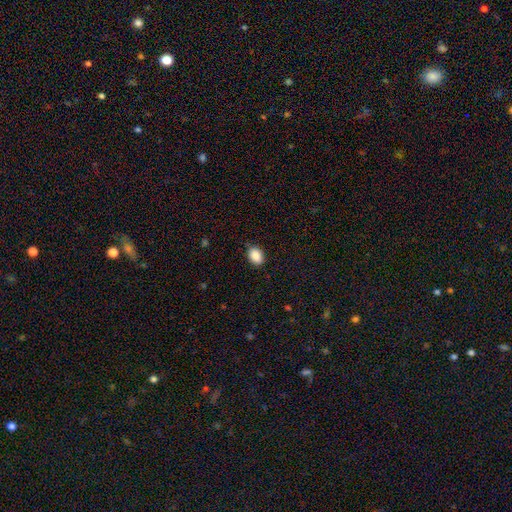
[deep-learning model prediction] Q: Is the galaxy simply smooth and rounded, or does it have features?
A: smooth — 89%.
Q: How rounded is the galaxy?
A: in between — 71%.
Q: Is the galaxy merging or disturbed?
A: none — 85%.